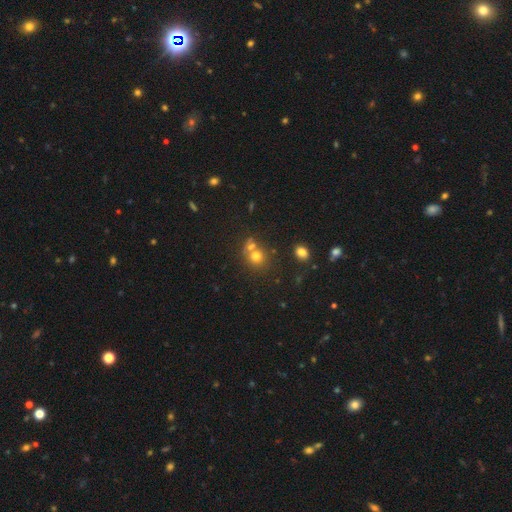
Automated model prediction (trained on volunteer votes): Smooth or featured?
  - smooth: 68% *
  - star or artifact: 19%
  - featured or disk: 13%
How rounded?
  - round: 81% *
  - in between: 18%
  - cigar-shaped: 1%
Merging?
  - none: 50% *
  - merger: 38%
  - minor disturbance: 8%
  - major disturbance: 4%